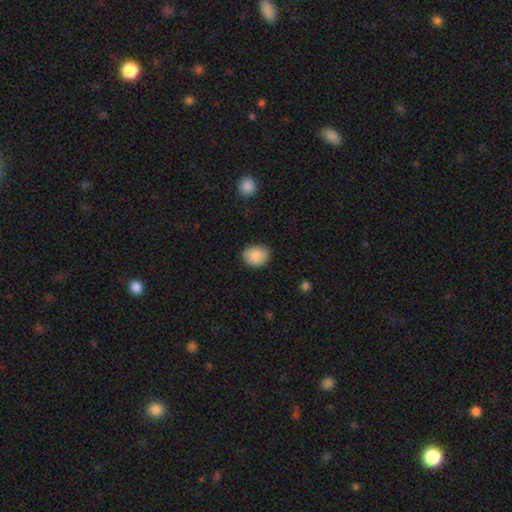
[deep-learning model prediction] Smooth or featured? Predicted: smooth (p=0.89). How rounded? Predicted: round (p=0.51). Merging? Predicted: none (p=0.85).